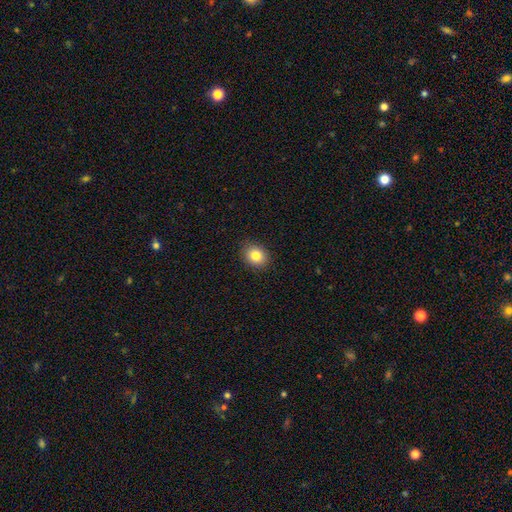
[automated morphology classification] The model was most divided on "how rounded": round: 64%, in between: 36%, cigar-shaped: 1%. More confident: merging — none (90%); smooth or featured — smooth (82%).